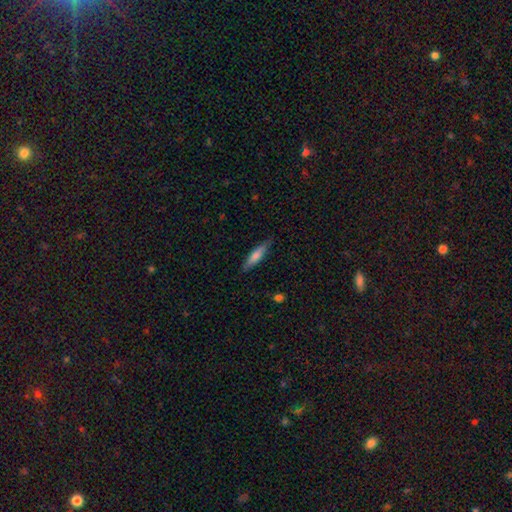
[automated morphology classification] Smooth or featured?
  - smooth: 71% *
  - featured or disk: 24%
  - star or artifact: 6%
How rounded?
  - cigar-shaped: 80% *
  - in between: 18%
  - round: 1%
Merging?
  - none: 85% *
  - minor disturbance: 12%
  - major disturbance: 2%
  - merger: 1%